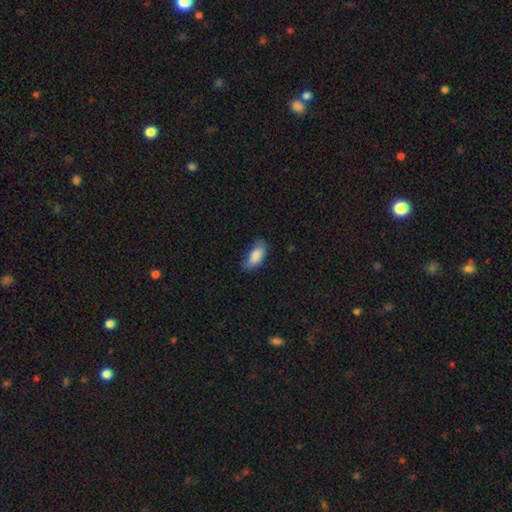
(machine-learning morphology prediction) This appears to be a smooth galaxy with no disk features (87%) that is in between round and cigar-shaped (88%). Merging: none (71%).